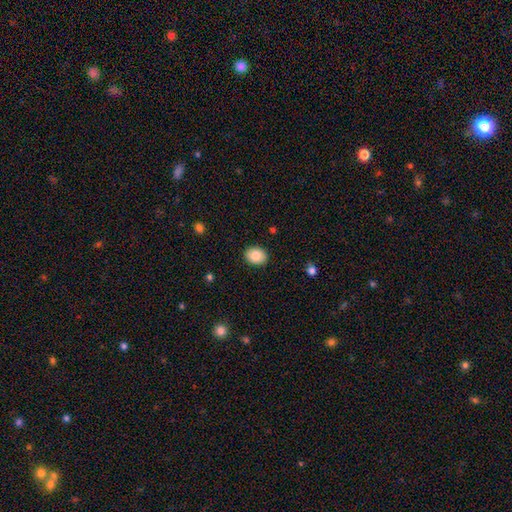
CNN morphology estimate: Overall: smooth (84%). How rounded: in between (60%; round 39%). Merging: none (90%).